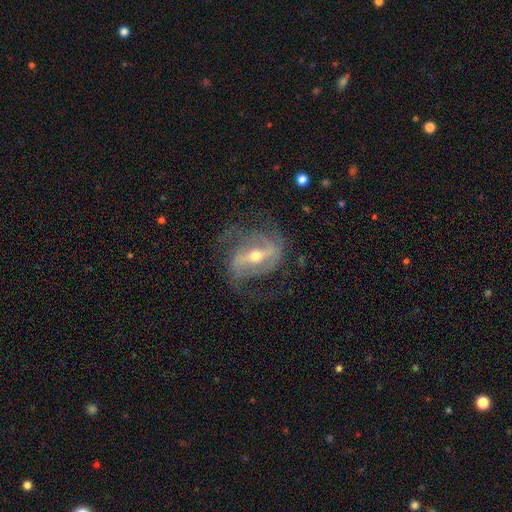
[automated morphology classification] Q: Smooth or featured?
A: featured or disk (88%); runner-up: smooth (6%)
Q: Edge-on disk?
A: no (95%); runner-up: yes (5%)
Q: Bar?
A: strong (62%); runner-up: weak (28%)
Q: Spiral arms?
A: yes (94%); runner-up: no (6%)
Q: Spiral winding?
A: medium (48%); runner-up: loose (27%)
Q: Spiral arm count?
A: 2 (65%); runner-up: 3 (14%)
Q: Bulge size?
A: moderate (58%); runner-up: small (37%)
Q: Merging?
A: none (65%); runner-up: minor disturbance (17%)